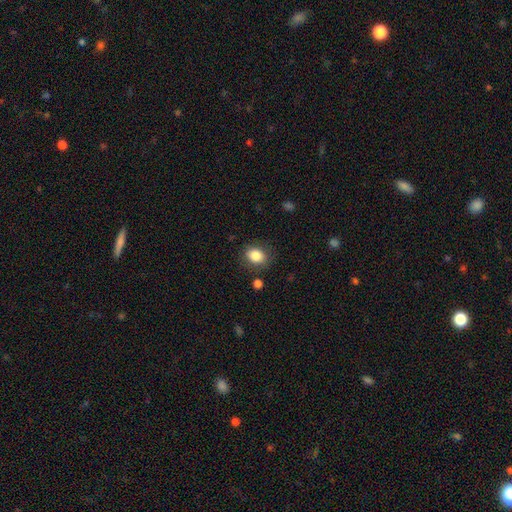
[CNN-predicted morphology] smooth 85%, star or artifact 9%, featured or disk 6%. Down the decision tree: how rounded — in between (52%); merging — none (81%).